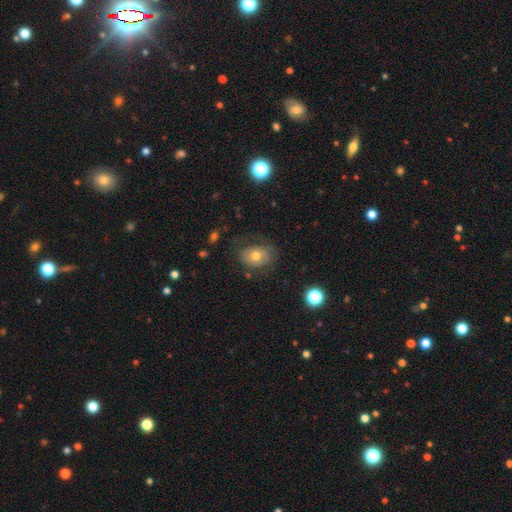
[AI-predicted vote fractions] smooth_or_featured: smooth (p=0.55) [alt: featured or disk p=0.35]
how_rounded: in between (p=0.58) [alt: round p=0.41]
merging: none (p=0.63) [alt: minor disturbance p=0.20]